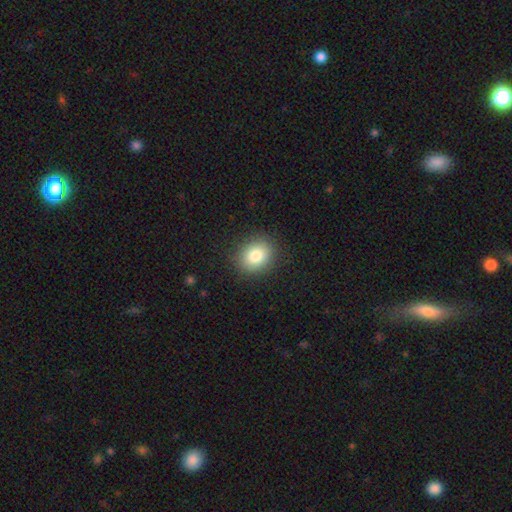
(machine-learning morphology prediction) The model was most divided on "how rounded": round: 58%, in between: 41%, cigar-shaped: 1%. More confident: merging — none (88%); smooth or featured — smooth (83%).